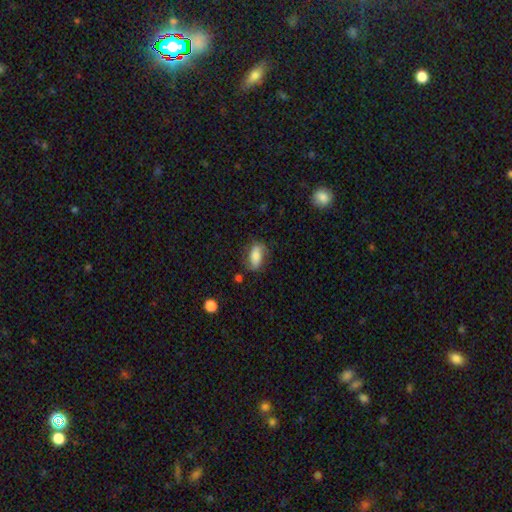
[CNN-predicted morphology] Overall: smooth (74%). How rounded: in between (86%). Merging: none (68%).